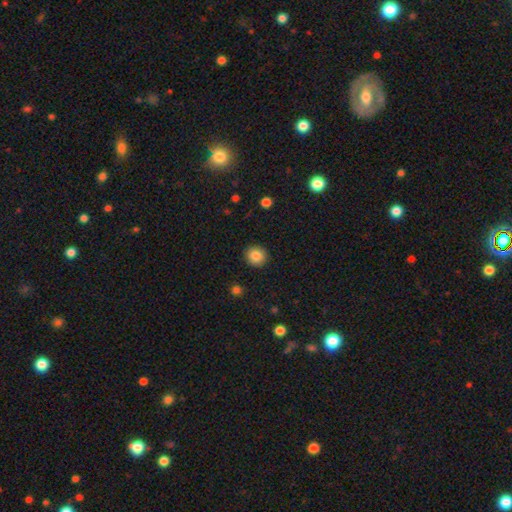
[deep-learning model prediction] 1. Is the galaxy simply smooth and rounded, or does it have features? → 85% smooth, 9% star or artifact, 6% featured or disk.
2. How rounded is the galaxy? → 93% round, 6% in between, 1% cigar-shaped.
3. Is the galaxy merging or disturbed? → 92% none, 5% minor disturbance, 2% major disturbance, 1% merger.